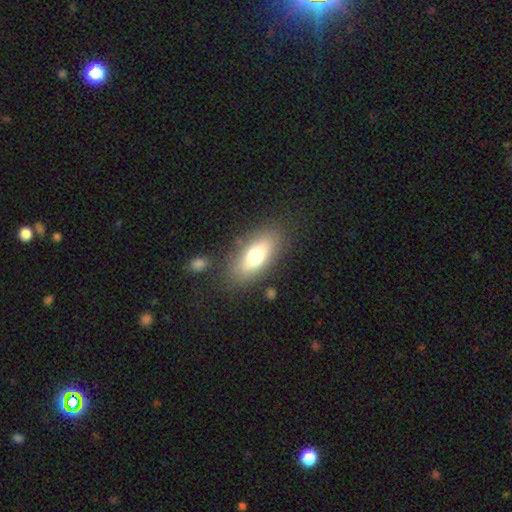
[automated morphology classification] Smooth or featured?
  - smooth: 68% *
  - featured or disk: 24%
  - star or artifact: 9%
How rounded?
  - in between: 80% *
  - cigar-shaped: 15%
  - round: 4%
Merging?
  - none: 81% *
  - minor disturbance: 11%
  - major disturbance: 5%
  - merger: 3%